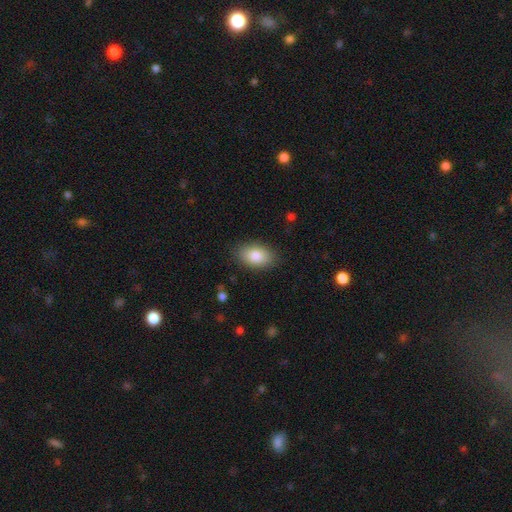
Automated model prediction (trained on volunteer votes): Smooth or featured? Predicted: smooth (p=0.84). How rounded? Predicted: in between (p=0.89). Merging? Predicted: none (p=0.85).